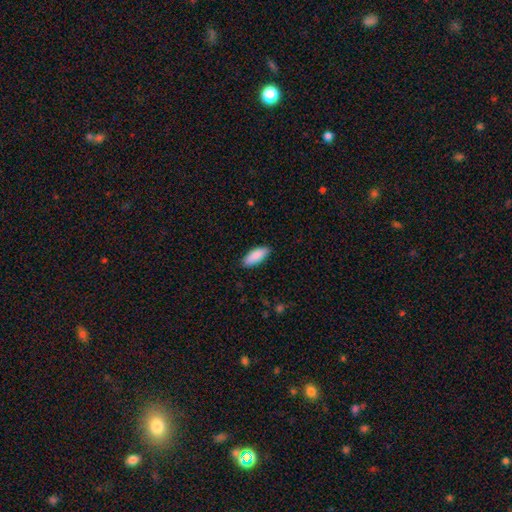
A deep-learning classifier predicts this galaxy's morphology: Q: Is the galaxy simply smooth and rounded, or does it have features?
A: smooth — 90%.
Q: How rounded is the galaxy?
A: in between — 78%.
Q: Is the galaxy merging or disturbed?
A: none — 88%.